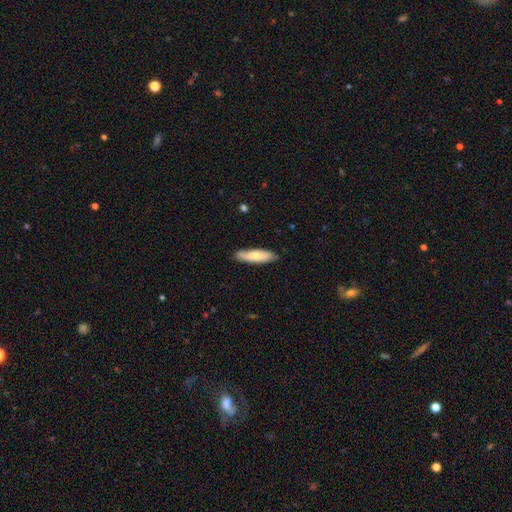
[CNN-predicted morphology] Q: Smooth or featured?
A: smooth (71%); runner-up: featured or disk (23%)
Q: How rounded?
A: cigar-shaped (63%); runner-up: in between (35%)
Q: Merging?
A: none (82%); runner-up: minor disturbance (14%)